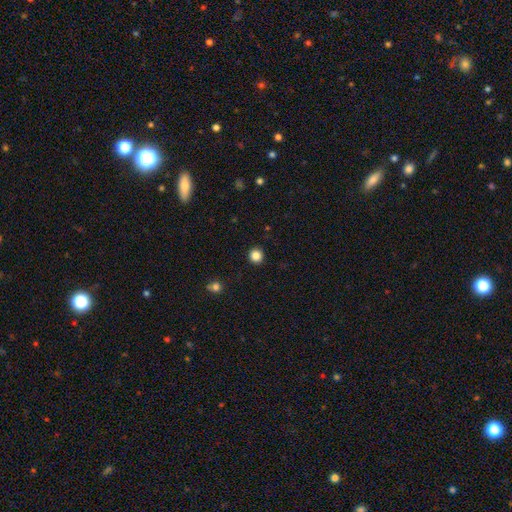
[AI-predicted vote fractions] Overall: smooth (86%). How rounded: round (93%). Merging: none (93%).